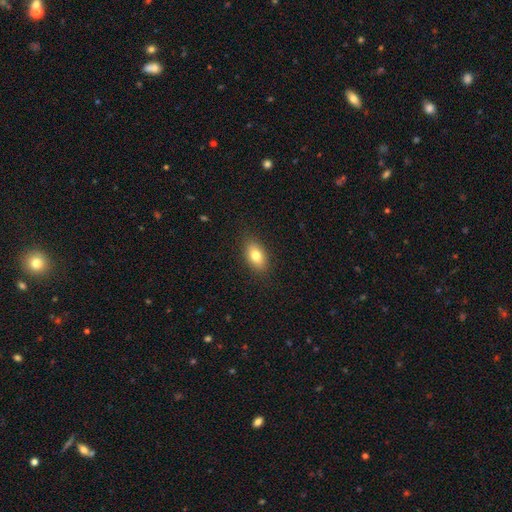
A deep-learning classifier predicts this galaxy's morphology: Smooth or featured: smooth — 78% (featured or disk — 14%)
How rounded: in between — 88% (round — 8%)
Merging: none — 87% (minor disturbance — 9%)